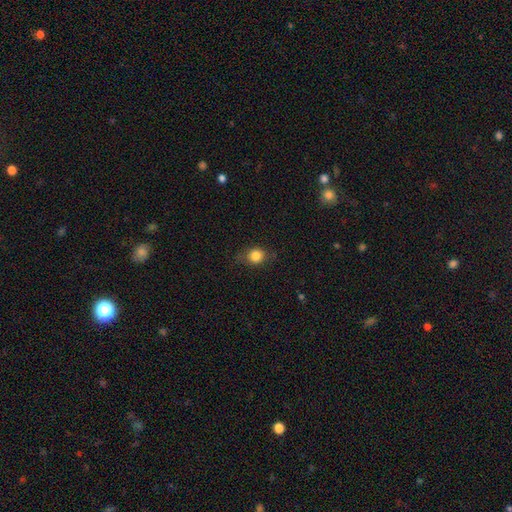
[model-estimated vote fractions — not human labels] This is clearly a smooth galaxy (82%). How rounded: likely round (67%). Merging: likely none (73%).